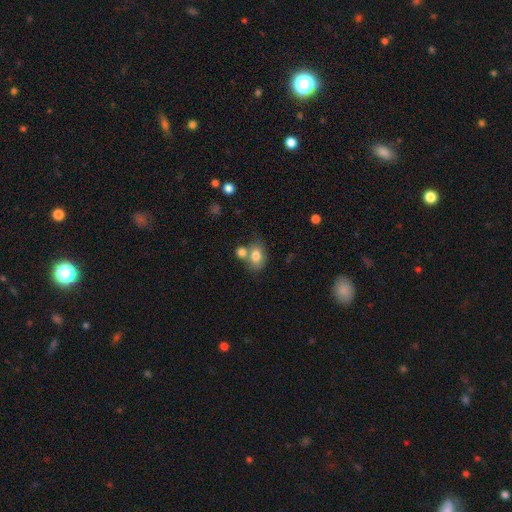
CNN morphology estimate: This appears to be a smooth galaxy with no disk features (79%) that is in between round and cigar-shaped (74%). Merging: none (43%).